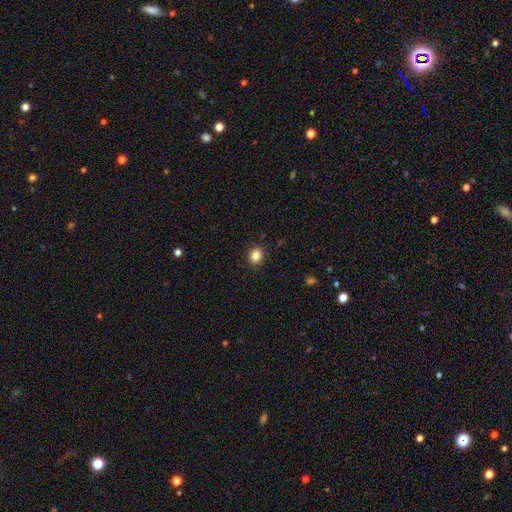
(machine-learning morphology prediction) Smooth or featured? smooth (84%)
How rounded? round (68%)
Merging? none (91%)